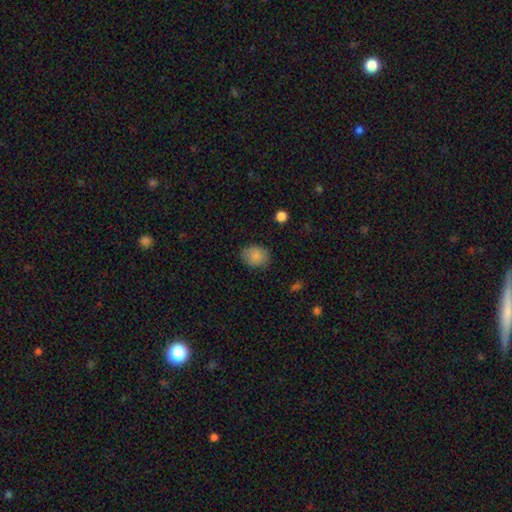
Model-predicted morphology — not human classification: Overall: smooth (85%). How rounded: round (54%; in between 45%). Merging: none (81%).